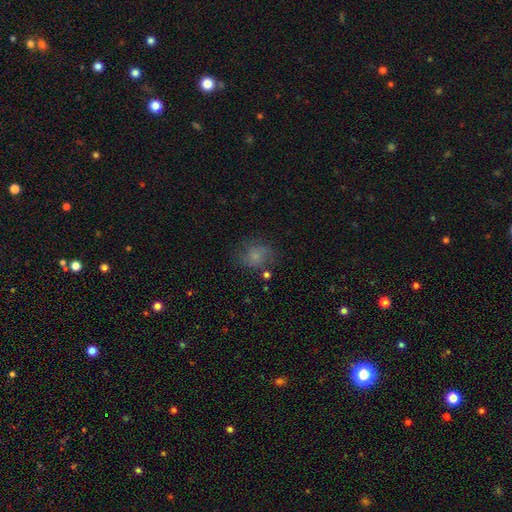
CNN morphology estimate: Smooth or featured: smooth — 65% (featured or disk — 22%)
How rounded: round — 66% (in between — 33%)
Merging: none — 61% (minor disturbance — 23%)